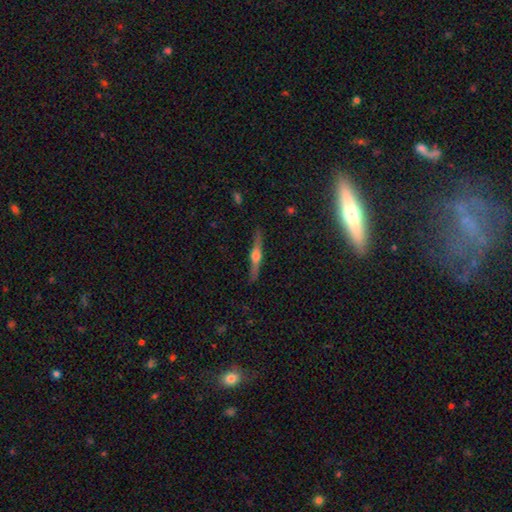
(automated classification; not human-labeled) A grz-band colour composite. It shows a featured or disk galaxy (76%) viewed edge-on (98%) with a rounded central bulge (92%). Merging: none (89%).